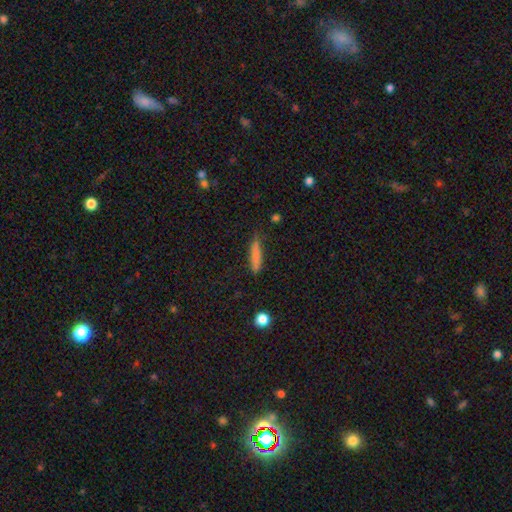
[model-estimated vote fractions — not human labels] Smooth or featured? smooth (80%)
How rounded? cigar-shaped (83%)
Merging? none (71%)